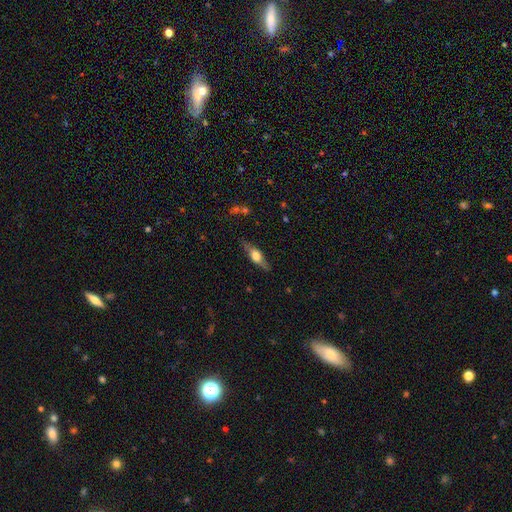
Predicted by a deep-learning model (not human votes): The model was most divided on "smooth or featured": featured or disk: 58%, smooth: 36%, star or artifact: 6%. More confident: edge-on disk — yes (92%); edge-on bulge — rounded (90%); merging — none (82%).